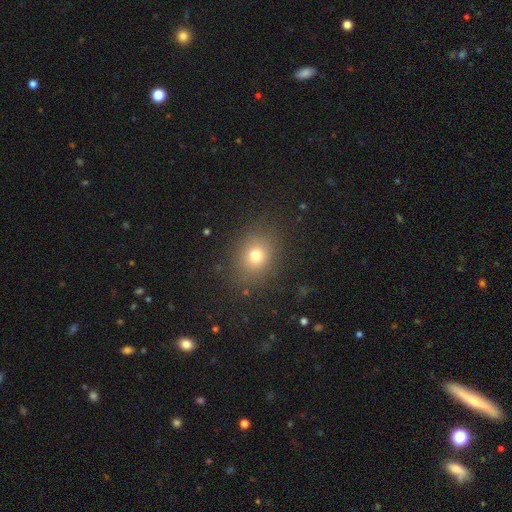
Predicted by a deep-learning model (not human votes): Morphology: type=smooth (74%); roundness=round (59%); merging=none (84%).